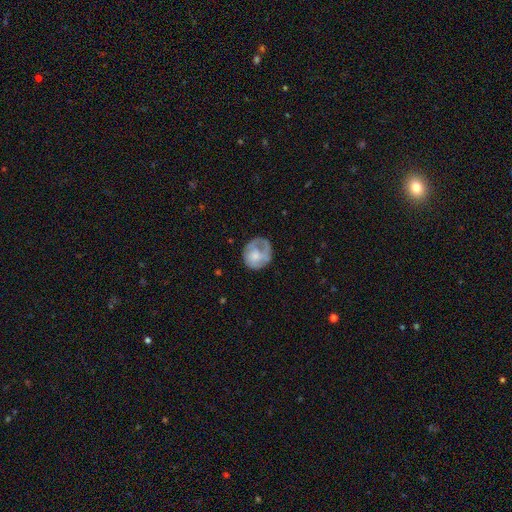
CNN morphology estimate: Smooth or featured? Predicted: smooth (p=0.56). How rounded? Predicted: round (p=0.72). Merging? Predicted: none (p=0.47).